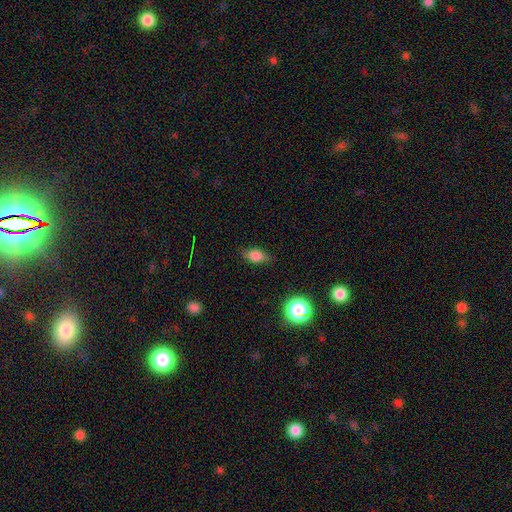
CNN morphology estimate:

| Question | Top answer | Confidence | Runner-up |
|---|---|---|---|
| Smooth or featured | smooth | 82% | star or artifact (10%) |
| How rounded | in between | 81% | round (14%) |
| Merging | none | 78% | minor disturbance (17%) |